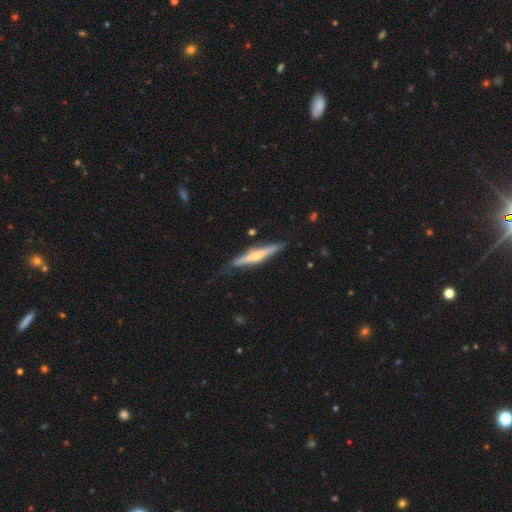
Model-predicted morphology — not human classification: This appears to be a featured or disk galaxy (63%) viewed edge-on (96%) with a rounded central bulge (80%). Merging: none (81%).